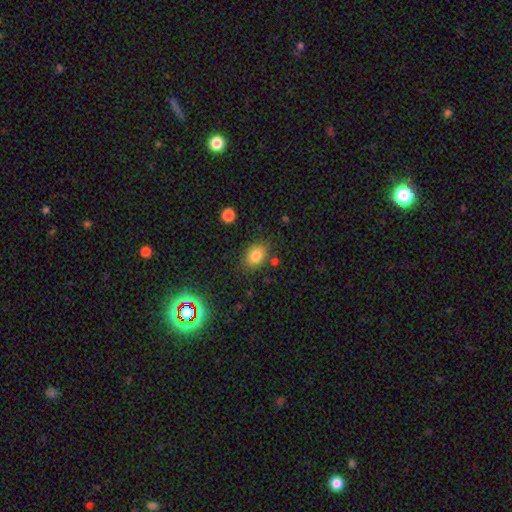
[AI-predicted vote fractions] A smooth galaxy with no disk features (82%) that is in between round and cigar-shaped (71%). Merging: none (78%).